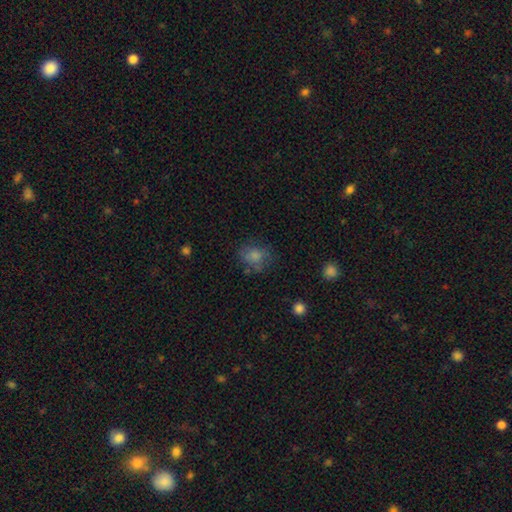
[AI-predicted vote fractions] smooth_or_featured: smooth (p=0.68) [alt: featured or disk p=0.18]
how_rounded: round (p=0.56) [alt: in between p=0.43]
merging: none (p=0.62) [alt: minor disturbance p=0.23]